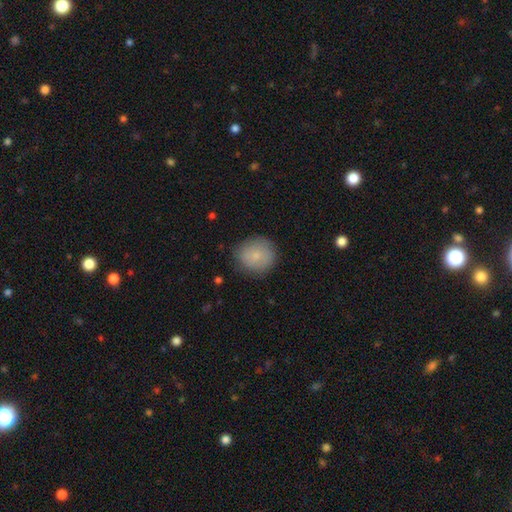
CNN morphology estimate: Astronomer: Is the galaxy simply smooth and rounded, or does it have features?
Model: smooth — 82%.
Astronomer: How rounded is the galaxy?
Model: round — 89%.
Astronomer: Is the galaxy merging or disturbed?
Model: none — 83%.